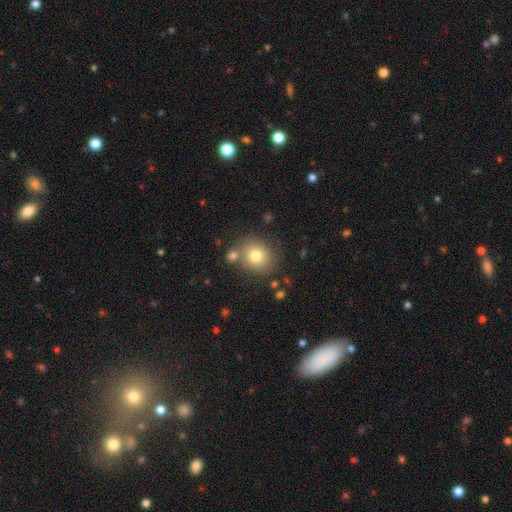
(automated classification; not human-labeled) smooth 76%, featured or disk 13%, star or artifact 11%. Down the decision tree: how rounded — round (81%); merging — none (70%).